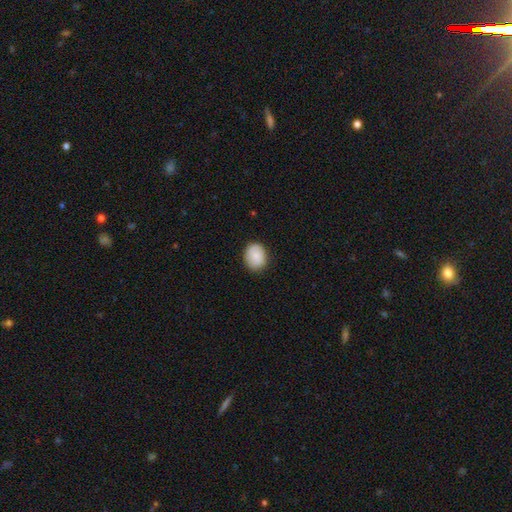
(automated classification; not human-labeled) This is clearly a smooth galaxy (86%). How rounded: possibly in between (50%). Merging: clearly none (84%).